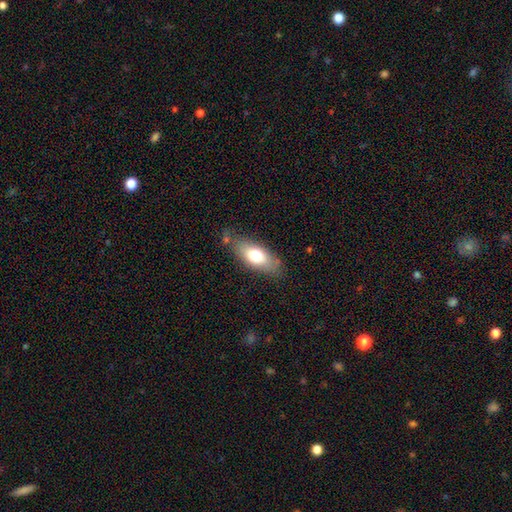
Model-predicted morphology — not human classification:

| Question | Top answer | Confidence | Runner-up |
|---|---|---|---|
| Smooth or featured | smooth | 68% | featured or disk (25%) |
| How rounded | in between | 80% | cigar-shaped (16%) |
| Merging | none | 73% | minor disturbance (18%) |